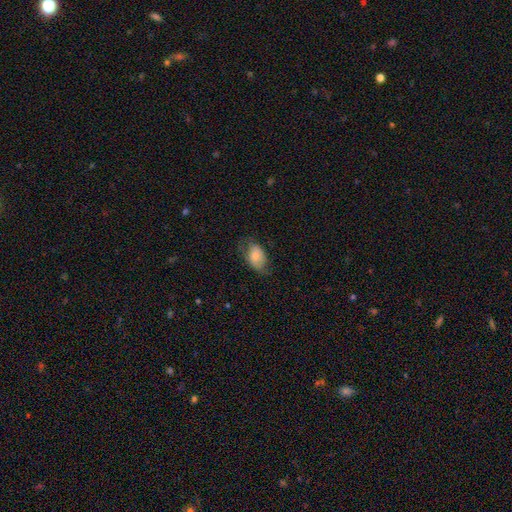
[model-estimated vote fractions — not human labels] A smooth galaxy with no disk features (74%) that is in between round and cigar-shaped (89%). Merging: none (59%).